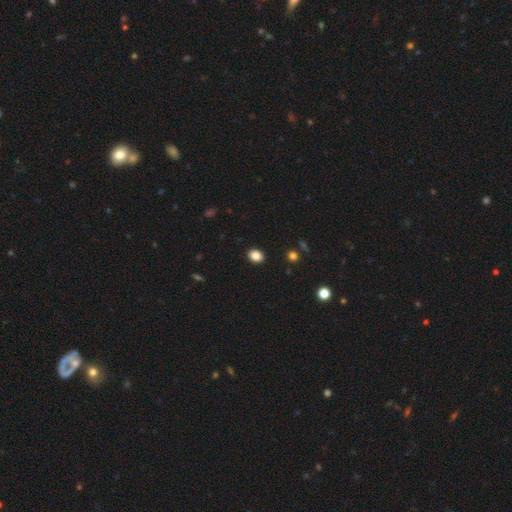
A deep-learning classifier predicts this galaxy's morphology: Smooth or featured? Predicted: smooth (p=0.86). How rounded? Predicted: in between (p=0.62). Merging? Predicted: none (p=0.90).